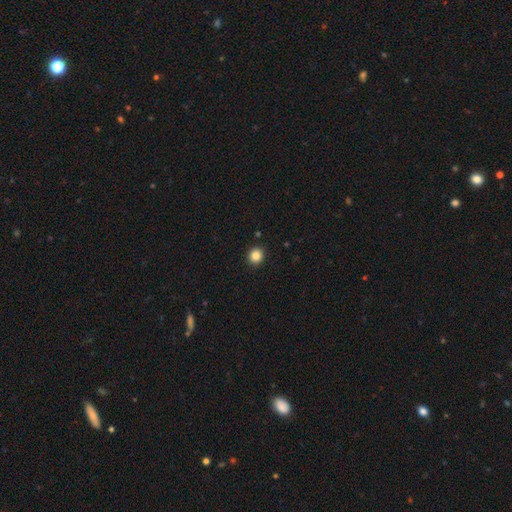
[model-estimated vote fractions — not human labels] The model was most divided on "smooth or featured": smooth: 86%, star or artifact: 11%, featured or disk: 4%. More confident: merging — none (92%); how rounded — round (90%).